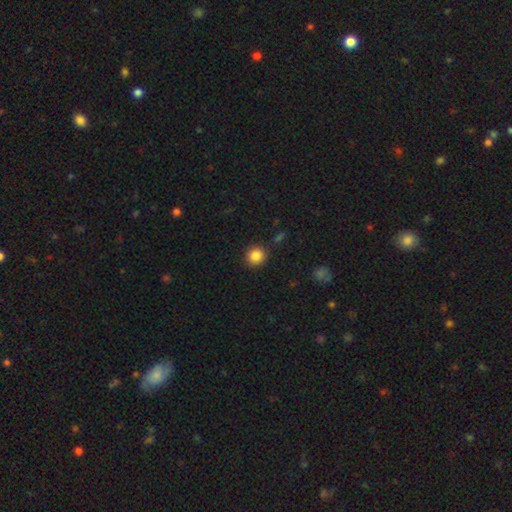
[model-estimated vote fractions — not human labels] The model was most divided on "smooth or featured": smooth: 86%, star or artifact: 10%, featured or disk: 4%. More confident: how rounded — round (89%); merging — none (89%).